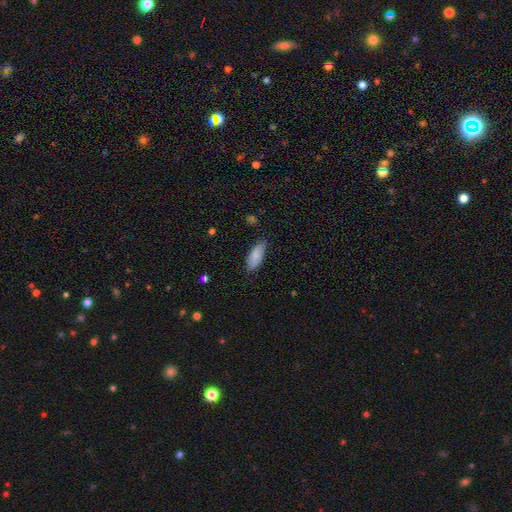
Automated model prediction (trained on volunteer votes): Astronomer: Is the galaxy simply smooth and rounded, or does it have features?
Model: smooth — 85%.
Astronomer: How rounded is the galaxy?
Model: in between — 81%.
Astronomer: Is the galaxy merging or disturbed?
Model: none — 77%.